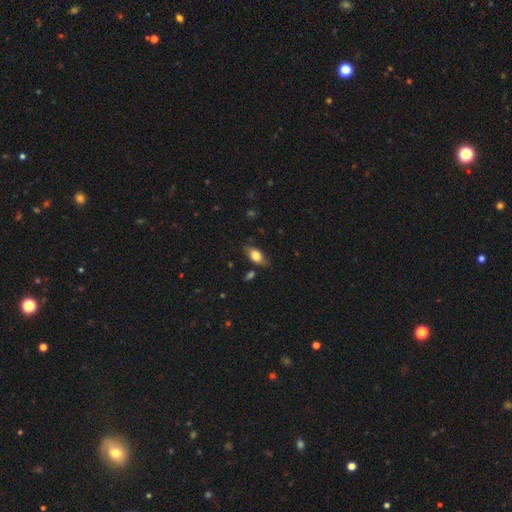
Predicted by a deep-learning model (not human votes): Morphology: type=smooth (74%); roundness=in between (87%); merging=none (71%).